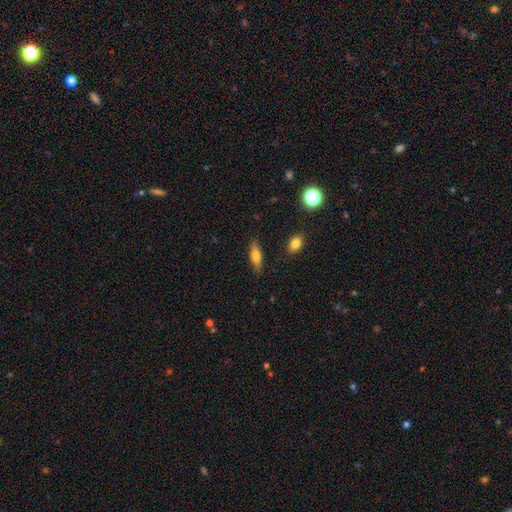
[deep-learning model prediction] smooth-or-featured: smooth: 71% | featured or disk: 21% | star or artifact: 8%
  how-rounded: in between: 55% | cigar-shaped: 42% | round: 3%
  merging: none: 84% | minor disturbance: 11% | major disturbance: 3% | merger: 2%